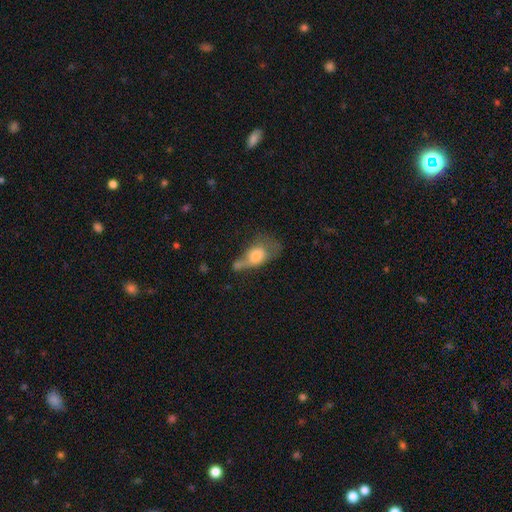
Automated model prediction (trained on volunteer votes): This is likely a smooth galaxy (64%). How rounded: likely in between (76%). Merging: marginally major disturbance (35%).